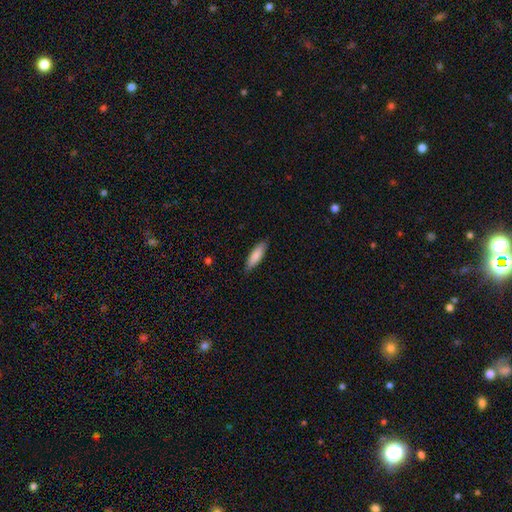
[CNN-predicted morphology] Q: Smooth or featured?
A: smooth (84%); runner-up: featured or disk (11%)
Q: How rounded?
A: cigar-shaped (56%); runner-up: in between (43%)
Q: Merging?
A: none (86%); runner-up: minor disturbance (11%)